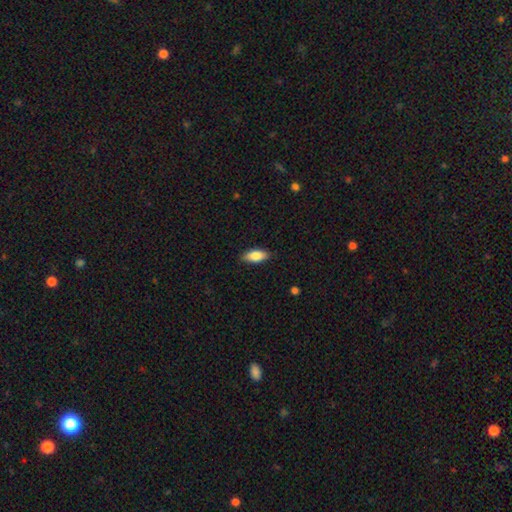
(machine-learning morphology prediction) The model was most divided on "how rounded": in between: 85%, cigar-shaped: 13%, round: 3%. More confident: merging — none (87%); smooth or featured — smooth (83%).